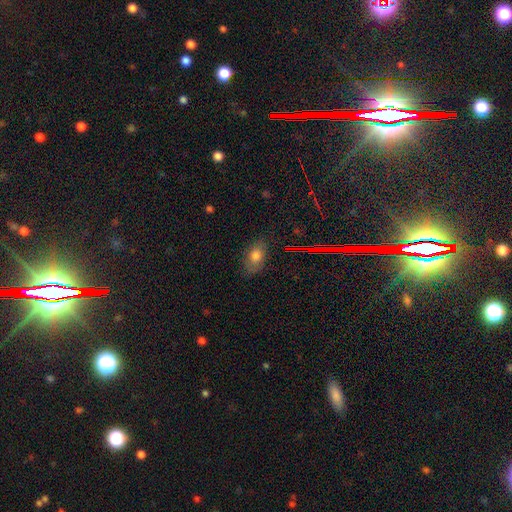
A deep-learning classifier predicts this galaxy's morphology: smooth 72%, featured or disk 16%, star or artifact 13%. Down the decision tree: how rounded — in between (85%); merging — none (74%).